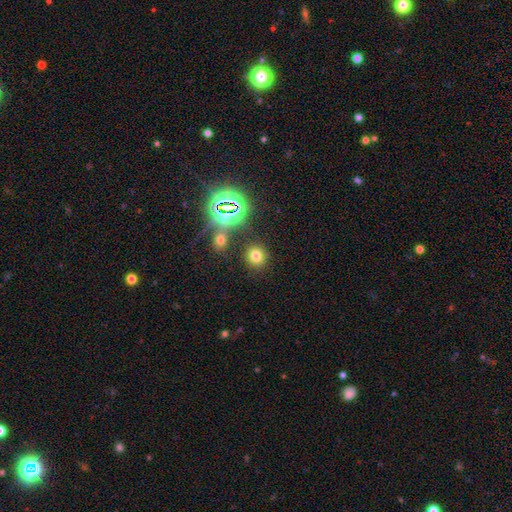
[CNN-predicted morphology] type=smooth (69%); roundness=round (86%); merging=none (85%).